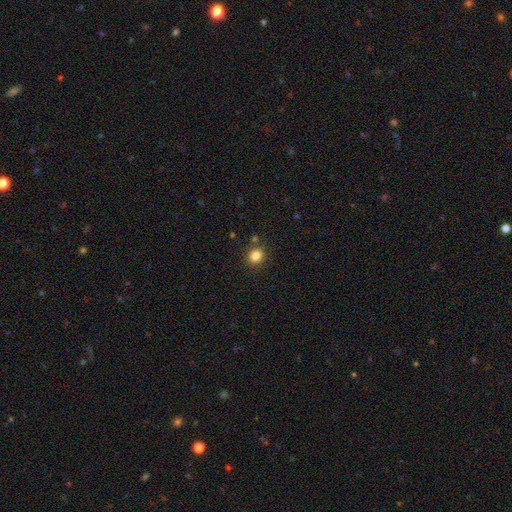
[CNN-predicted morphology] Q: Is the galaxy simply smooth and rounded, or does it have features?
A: smooth — 83%.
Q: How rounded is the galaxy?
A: round — 71%.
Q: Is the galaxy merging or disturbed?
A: none — 83%.